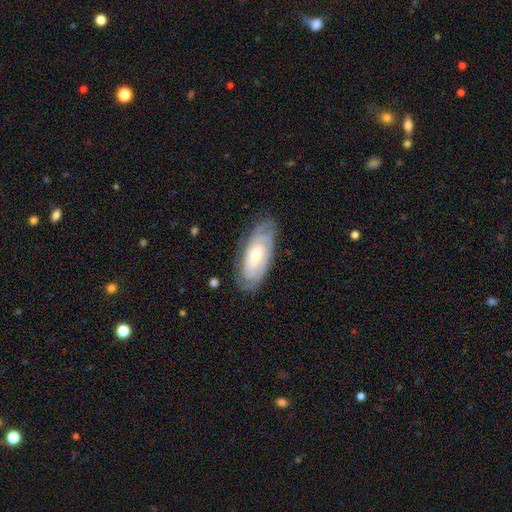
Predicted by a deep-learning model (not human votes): Smooth or featured? Predicted: featured or disk (p=0.78). Edge-on disk? Predicted: no (p=0.91). Bar? Predicted: no (p=0.58). Spiral arms? Predicted: yes (p=0.93). Spiral winding? Predicted: tight (p=0.74). Spiral arm count? Predicted: can't tell (p=0.43). Bulge size? Predicted: moderate (p=0.53). Merging? Predicted: none (p=0.78).